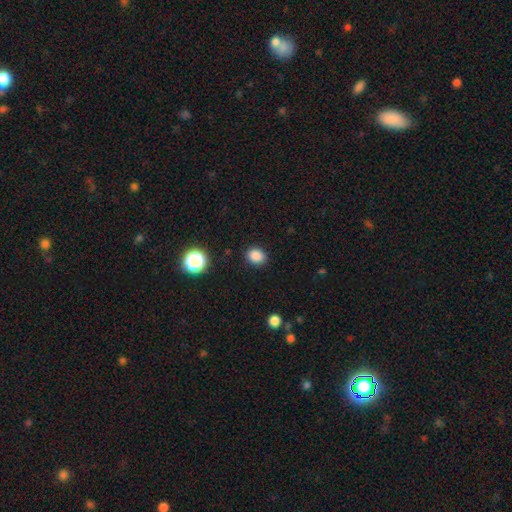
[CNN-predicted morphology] This is clearly a smooth galaxy (85%). How rounded: possibly round (56%). Merging: clearly none (88%).